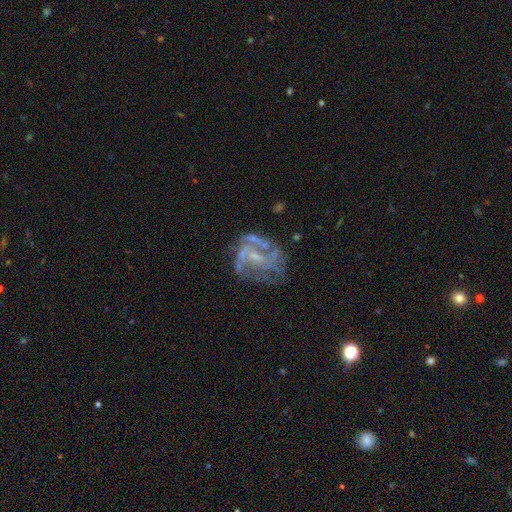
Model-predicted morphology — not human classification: The model was most divided on "bar" (2-way tie): no: 43%, weak: 43%, strong: 14%. Remaining: edge-on disk — no (98%); smooth or featured — featured or disk (77%); spiral arms — yes (71%); merging — none (50%); bulge size — small (50%); spiral winding — medium (43%); spiral arm count — can't tell (36%).